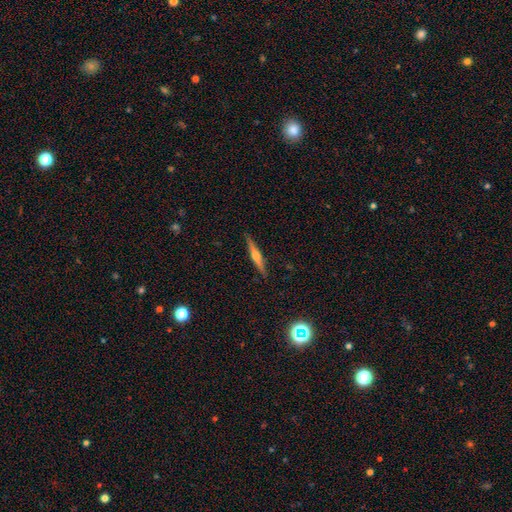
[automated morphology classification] A featured or disk galaxy (65%) viewed edge-on (98%) with a rounded central bulge (86%). Merging: none (90%).